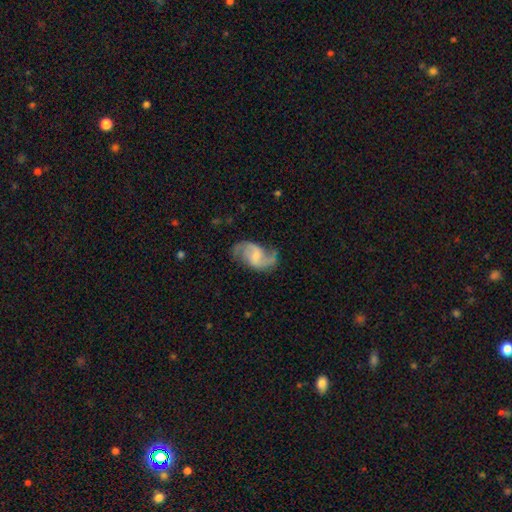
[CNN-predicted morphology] Q: Smooth or featured?
A: featured or disk (83%); runner-up: smooth (11%)
Q: Edge-on disk?
A: no (98%); runner-up: yes (2%)
Q: Bar?
A: weak (56%); runner-up: no (29%)
Q: Spiral arms?
A: yes (95%); runner-up: no (5%)
Q: Spiral winding?
A: loose (49%); runner-up: medium (42%)
Q: Spiral arm count?
A: 2 (91%); runner-up: can't tell (3%)
Q: Bulge size?
A: small (40%); runner-up: moderate (29%)
Q: Merging?
A: none (70%); runner-up: minor disturbance (19%)